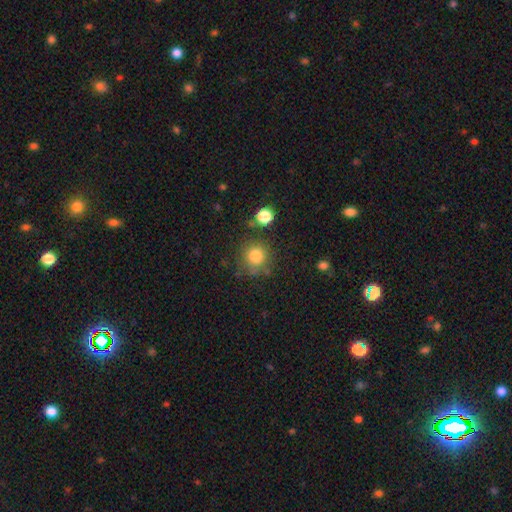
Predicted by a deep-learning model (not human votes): Overall: smooth (81%). How rounded: round (89%). Merging: none (73%).